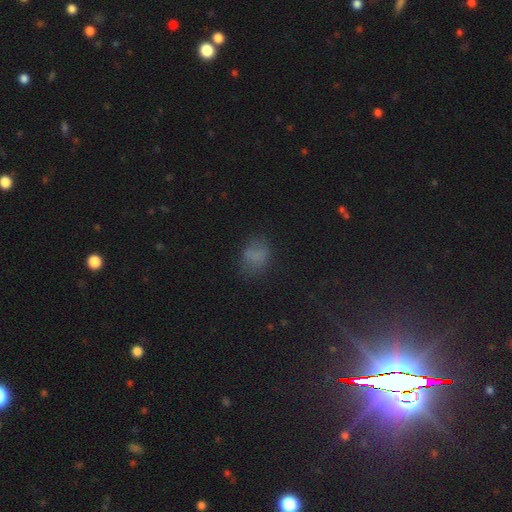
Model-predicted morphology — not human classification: smooth 71%, star or artifact 17%, featured or disk 13%. Down the decision tree: how rounded — in between (66%); merging — none (63%).